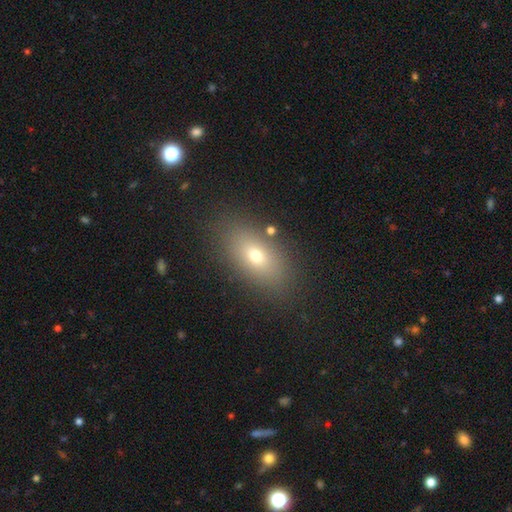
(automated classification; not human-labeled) This is likely a smooth galaxy (68%). How rounded: clearly in between (82%). Merging: clearly none (84%).